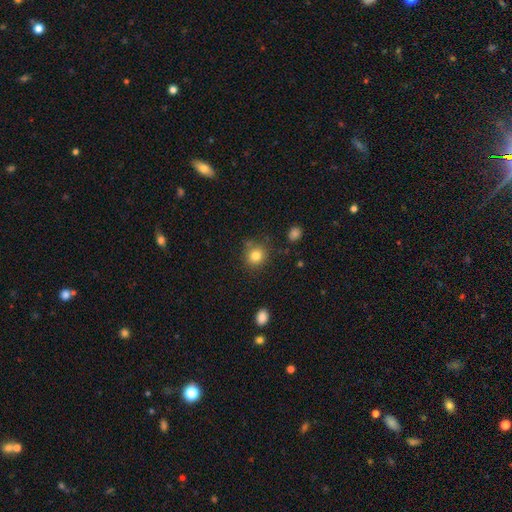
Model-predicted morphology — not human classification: type=smooth (82%); roundness=round (87%); merging=none (81%).